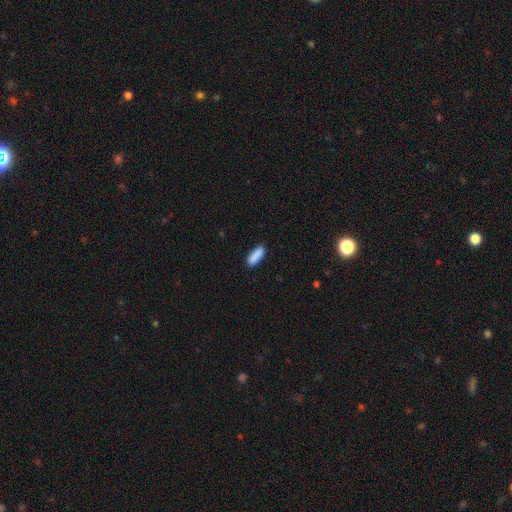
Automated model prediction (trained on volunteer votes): smooth_or_featured: smooth (p=0.90) [alt: star or artifact p=0.06]
how_rounded: in between (p=0.61) [alt: cigar-shaped p=0.38]
merging: none (p=0.87) [alt: minor disturbance p=0.10]